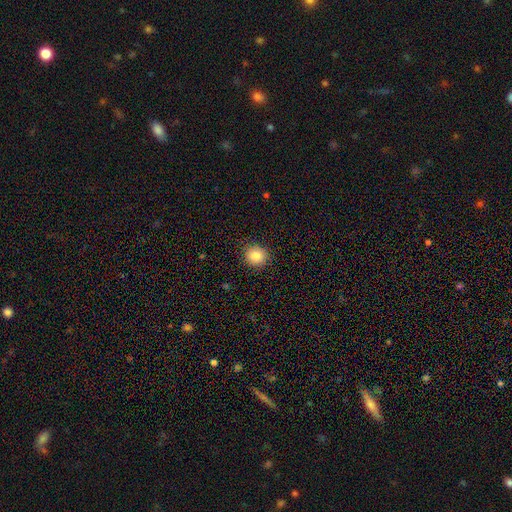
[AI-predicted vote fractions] Smooth or featured?
  - smooth: 83% *
  - star or artifact: 10%
  - featured or disk: 7%
How rounded?
  - round: 90% *
  - in between: 10%
  - cigar-shaped: 1%
Merging?
  - none: 90% *
  - minor disturbance: 7%
  - major disturbance: 2%
  - merger: 1%